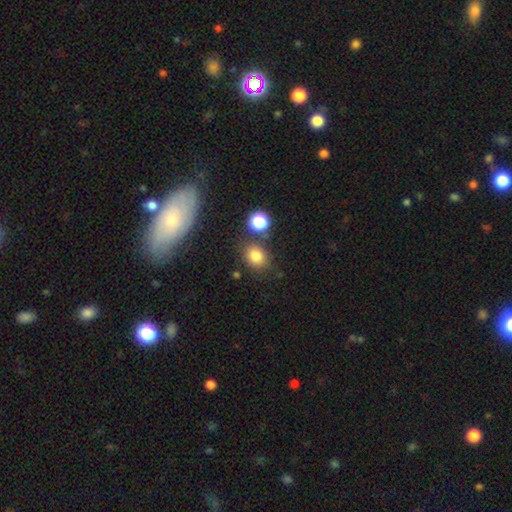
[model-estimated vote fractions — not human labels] Smooth or featured?
  - smooth: 79% *
  - star or artifact: 14%
  - featured or disk: 7%
How rounded?
  - round: 61% *
  - in between: 38%
  - cigar-shaped: 1%
Merging?
  - none: 74% *
  - minor disturbance: 12%
  - merger: 9%
  - major disturbance: 4%